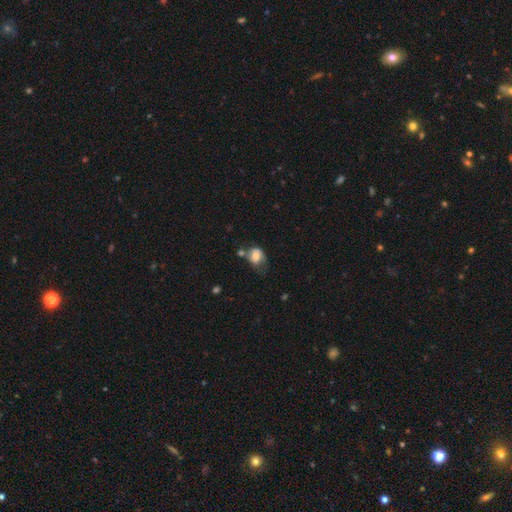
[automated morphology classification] The model was most divided on "merging": minor disturbance: 31%, none: 29%, major disturbance: 22%, merger: 18%. More confident: smooth or featured — smooth (69%); how rounded — in between (60%).